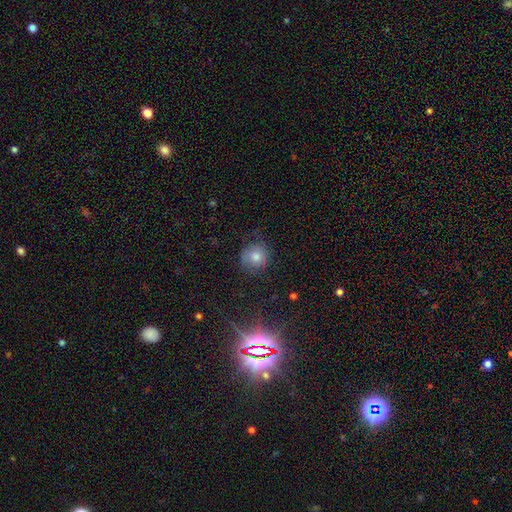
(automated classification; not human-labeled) Smooth or featured?
  - smooth: 59% *
  - featured or disk: 21%
  - star or artifact: 20%
How rounded?
  - round: 87% *
  - in between: 12%
  - cigar-shaped: 1%
Merging?
  - none: 72% *
  - minor disturbance: 19%
  - major disturbance: 8%
  - merger: 1%